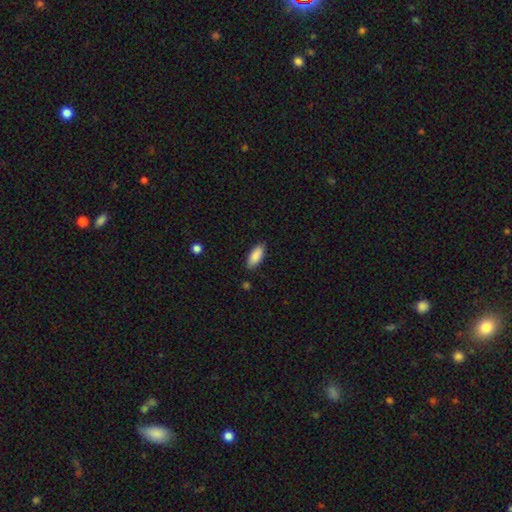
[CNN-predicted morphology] A smooth galaxy with no disk features (88%) that is in between round and cigar-shaped (83%). Merging: none (84%).